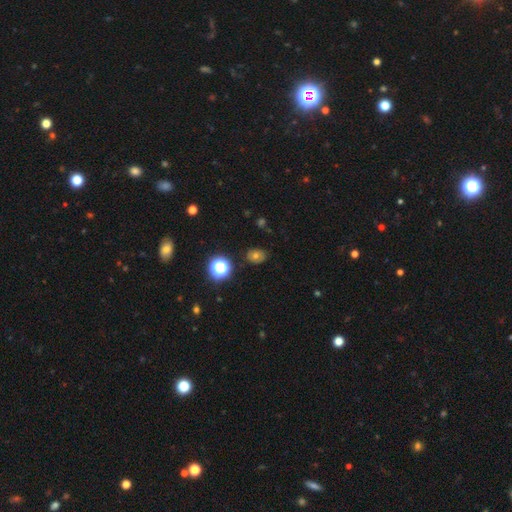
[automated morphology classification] This is possibly a smooth galaxy (54%). How rounded: possibly round (55%). Merging: clearly none (82%).